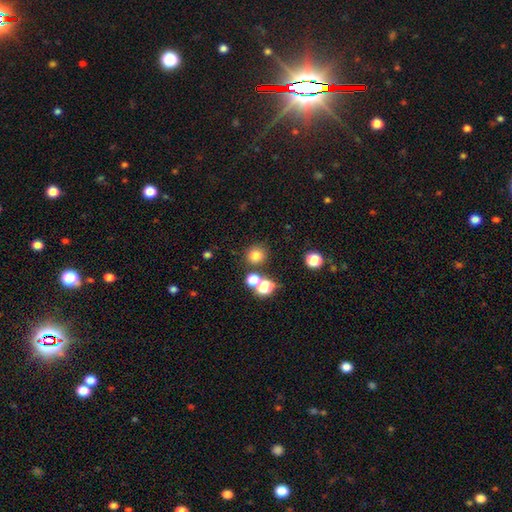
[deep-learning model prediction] Q: Smooth or featured?
A: smooth (78%); runner-up: star or artifact (16%)
Q: How rounded?
A: round (89%); runner-up: in between (10%)
Q: Merging?
A: none (76%); runner-up: merger (12%)